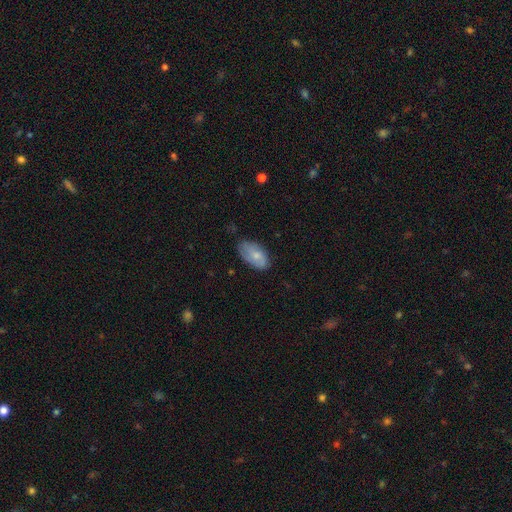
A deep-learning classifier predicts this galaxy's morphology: type=smooth (69%); roundness=in between (94%); merging=none (64%).